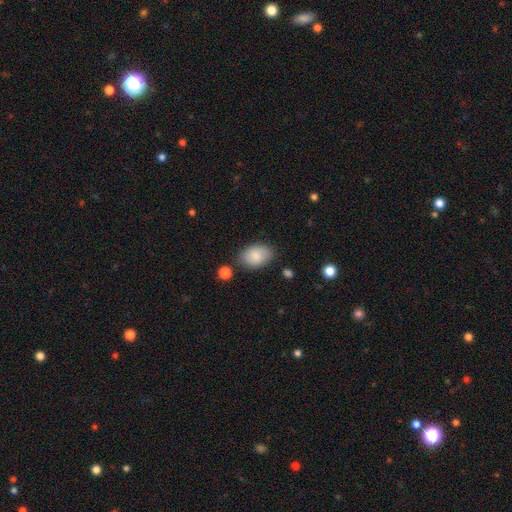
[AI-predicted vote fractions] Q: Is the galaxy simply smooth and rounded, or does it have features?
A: smooth — 86%.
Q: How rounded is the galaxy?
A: in between — 87%.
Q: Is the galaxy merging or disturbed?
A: none — 79%.